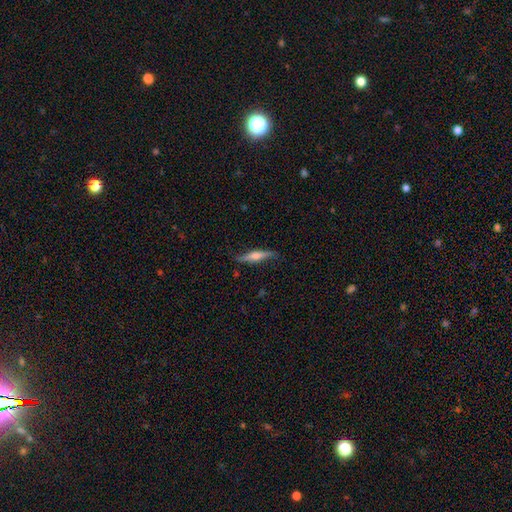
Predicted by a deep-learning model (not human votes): The model was most divided on "smooth or featured": featured or disk: 64%, smooth: 30%, star or artifact: 6%. More confident: edge-on disk — yes (92%); edge-on bulge — rounded (85%); merging — none (81%).